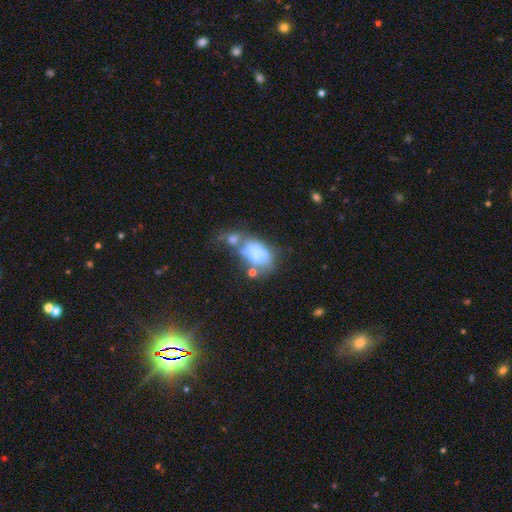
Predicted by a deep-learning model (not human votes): The model was most divided on "smooth or featured" (2-way tie): smooth: 44%, featured or disk: 44%, star or artifact: 12%. Remaining: merging — merger (44%).